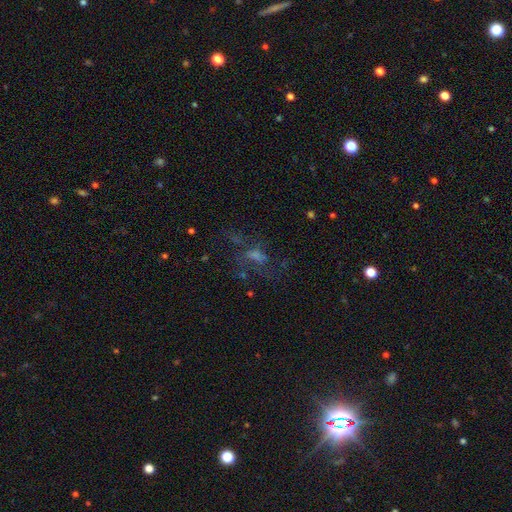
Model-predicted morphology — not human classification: Overall: featured or disk (41%; smooth 34%). Merging: none (43%; major disturbance 35%).